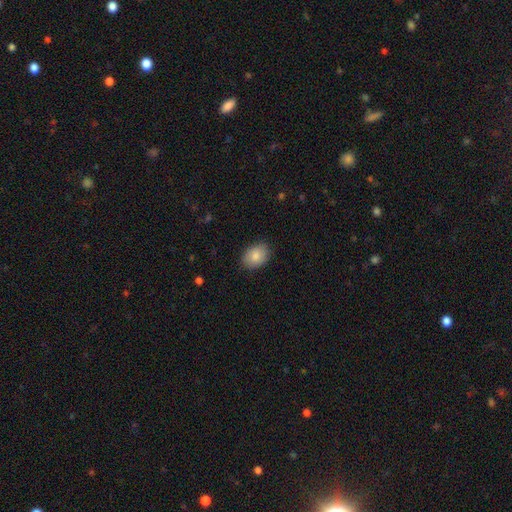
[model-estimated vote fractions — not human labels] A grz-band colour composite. It shows a smooth galaxy with no disk features (85%) that is in between round and cigar-shaped (75%). Merging: none (86%).